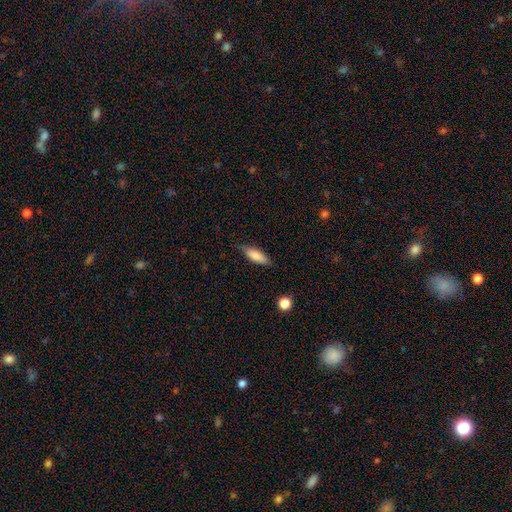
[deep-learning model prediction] This appears to be a smooth galaxy with no disk features (81%) that is in between round and cigar-shaped (57%). Merging: none (79%).